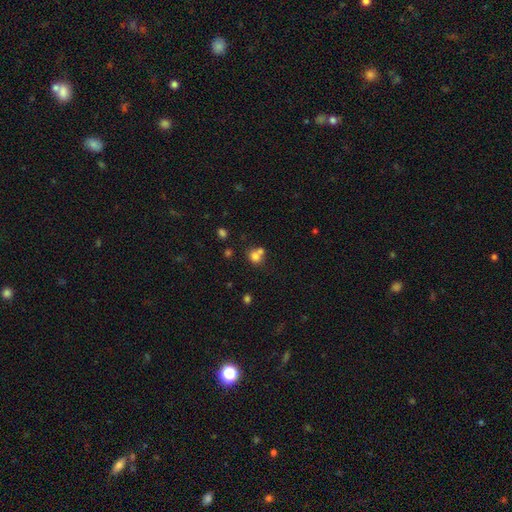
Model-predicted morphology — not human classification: smooth_or_featured: smooth (p=0.74) [alt: star or artifact p=0.14]
how_rounded: round (p=0.75) [alt: in between p=0.24]
merging: merger (p=0.46) [alt: none p=0.42]